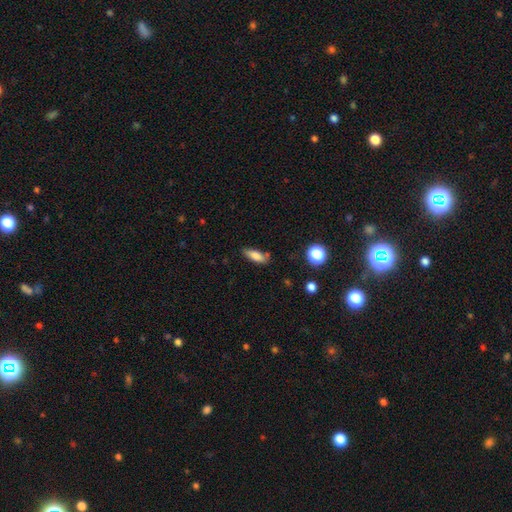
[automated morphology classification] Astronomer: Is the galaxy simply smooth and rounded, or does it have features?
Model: smooth — 77%.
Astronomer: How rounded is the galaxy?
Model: in between — 59% (runner-up: cigar-shaped, 37%).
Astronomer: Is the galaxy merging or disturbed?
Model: none — 72%.